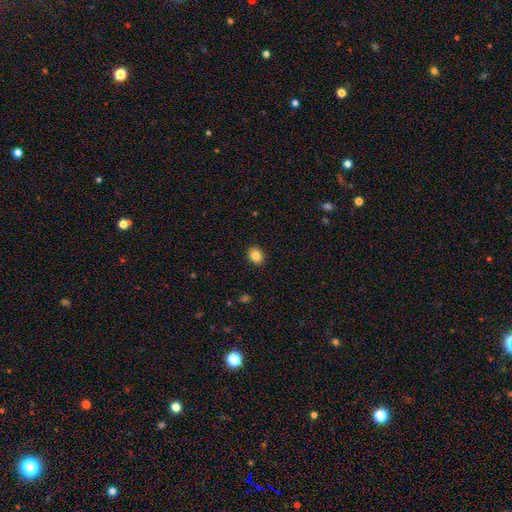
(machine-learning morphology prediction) A smooth galaxy with no disk features (84%) that is round (58%).

Vote fractions:
- Smooth or featured? smooth: 84% / star or artifact: 10% / featured or disk: 6%
- How rounded? round: 58% / in between: 41% / cigar-shaped: 1%
- Merging? none: 91% / minor disturbance: 7% / major disturbance: 2% / merger: 1%